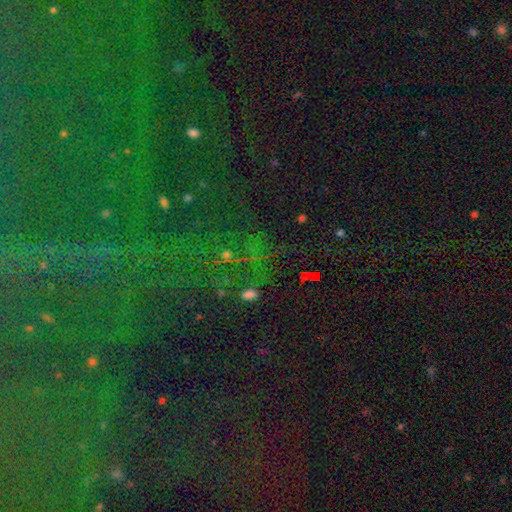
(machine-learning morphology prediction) A star or artifact, not a galaxy (77%).

Vote fractions:
- Smooth or featured? star or artifact: 77% / smooth: 14% / featured or disk: 9%